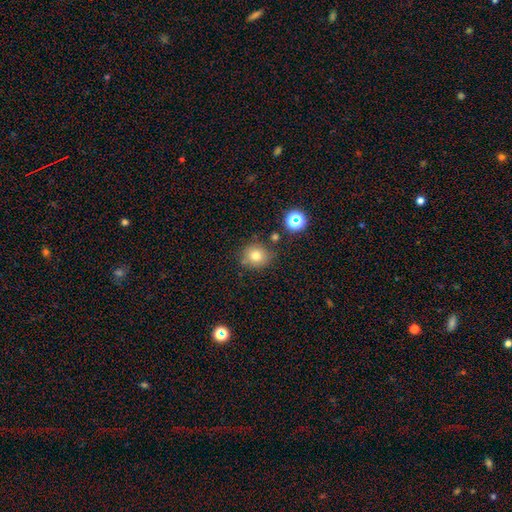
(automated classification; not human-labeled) A smooth galaxy with no disk features (75%) that is round (85%).

Vote fractions:
- Smooth or featured? smooth: 75% / star or artifact: 16% / featured or disk: 9%
- How rounded? round: 85% / in between: 14% / cigar-shaped: 1%
- Merging? none: 75% / minor disturbance: 14% / merger: 6% / major disturbance: 4%